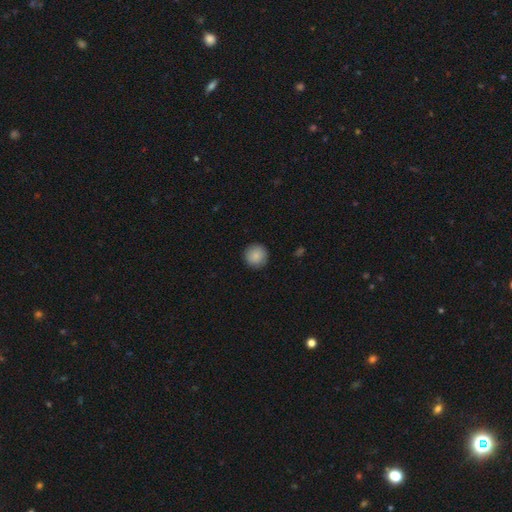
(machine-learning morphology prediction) Smooth or featured? Predicted: smooth (p=0.86). How rounded? Predicted: round (p=0.95). Merging? Predicted: none (p=0.90).